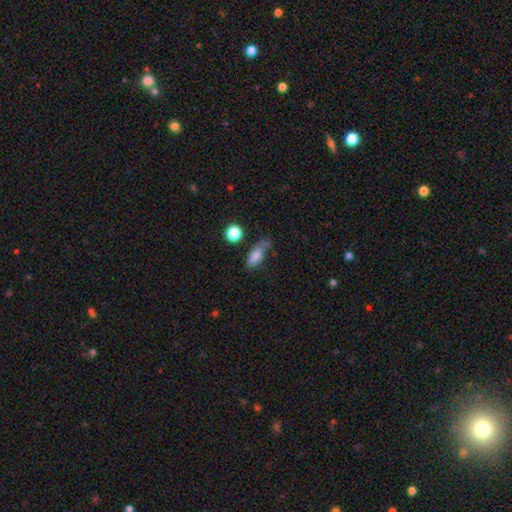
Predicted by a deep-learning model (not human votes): smooth 77%, featured or disk 14%, star or artifact 9%. Down the decision tree: how rounded — in between (78%); merging — none (44%).